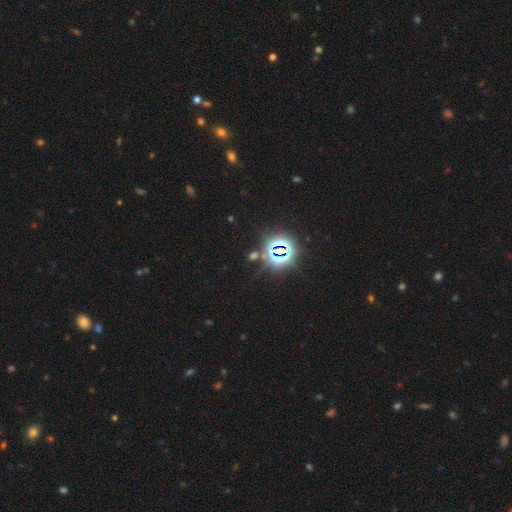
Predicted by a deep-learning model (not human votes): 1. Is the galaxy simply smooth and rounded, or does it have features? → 80% star or artifact, 12% smooth, 7% featured or disk.